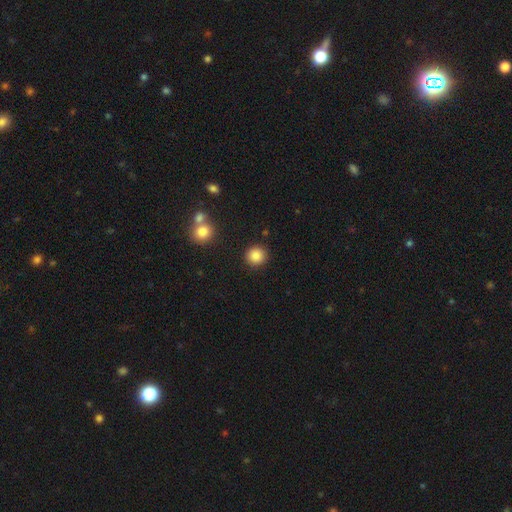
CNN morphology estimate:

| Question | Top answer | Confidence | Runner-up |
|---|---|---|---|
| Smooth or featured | smooth | 87% | star or artifact (9%) |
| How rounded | round | 92% | in between (7%) |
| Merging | none | 89% | minor disturbance (6%) |